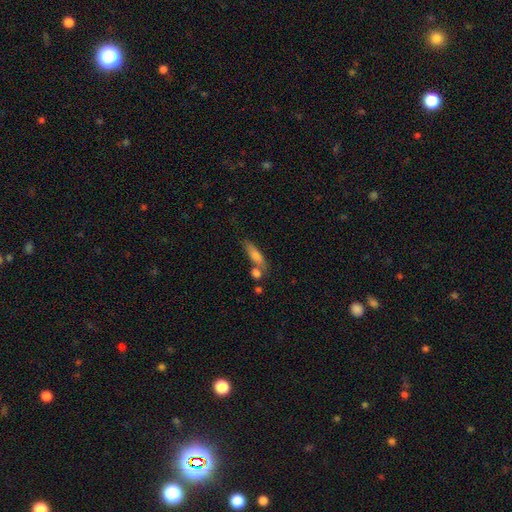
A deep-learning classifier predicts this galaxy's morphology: Smooth or featured? smooth (72%)
How rounded? cigar-shaped (61%)
Merging? none (56%)